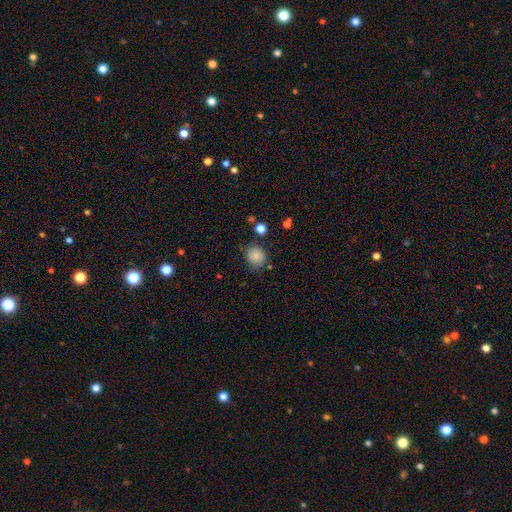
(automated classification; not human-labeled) Smooth or featured? Predicted: smooth (p=0.85). How rounded? Predicted: round (p=0.80). Merging? Predicted: none (p=0.76).